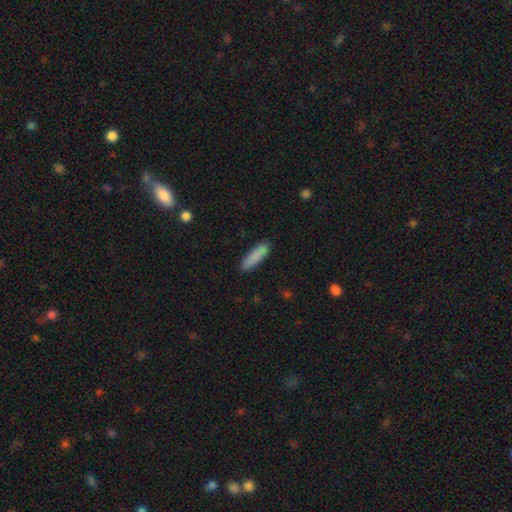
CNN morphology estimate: The model was most divided on "how rounded": cigar-shaped: 66%, in between: 32%, round: 1%. More confident: smooth or featured — smooth (87%); merging — none (87%).